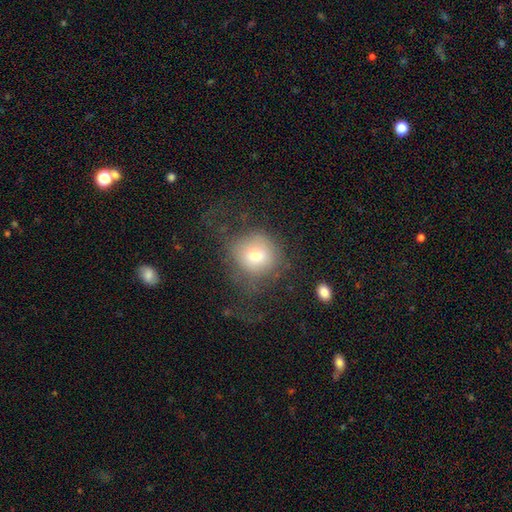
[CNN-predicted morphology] smooth-or-featured: smooth: 69% | featured or disk: 19% | star or artifact: 12%
  how-rounded: round: 83% | in between: 16% | cigar-shaped: 1%
  merging: none: 46% | major disturbance: 32% | minor disturbance: 20% | merger: 2%